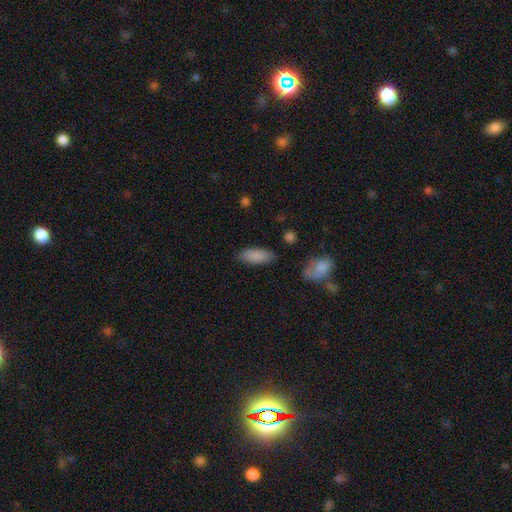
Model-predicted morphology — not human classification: Smooth or featured? smooth (87%)
How rounded? in between (78%)
Merging? none (84%)